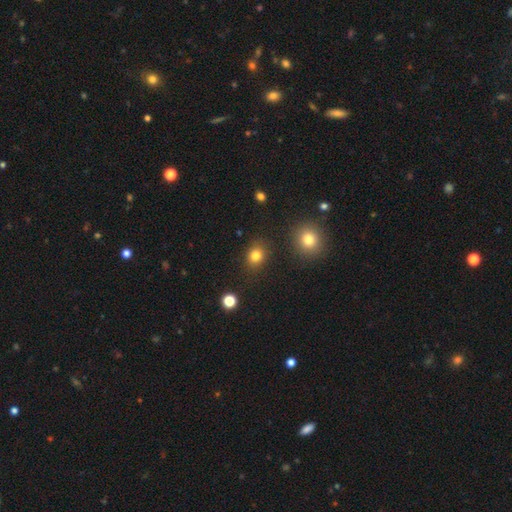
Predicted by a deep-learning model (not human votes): smooth-or-featured: smooth: 82% | star or artifact: 13% | featured or disk: 6%
  how-rounded: round: 63% | in between: 36% | cigar-shaped: 1%
  merging: none: 86% | minor disturbance: 9% | major disturbance: 3% | merger: 2%